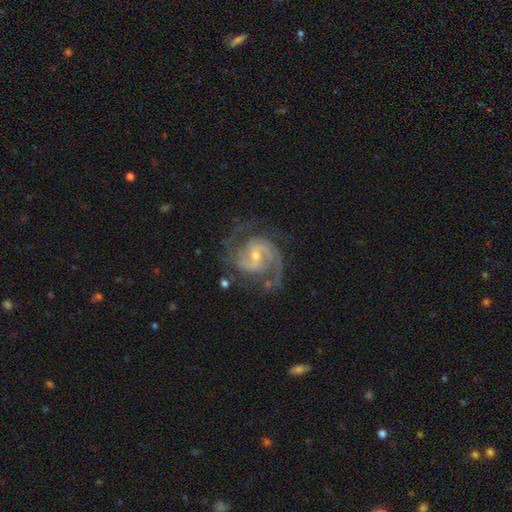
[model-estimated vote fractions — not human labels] Smooth or featured: featured or disk — 92% (star or artifact — 5%)
Edge-on disk: no — 98% (yes — 2%)
Bar: weak — 46% (no — 38%)
Spiral arms: yes — 98% (no — 2%)
Spiral winding: medium — 52% (tight — 37%)
Spiral arm count: 2 — 78% (3 — 10%)
Bulge size: small — 62% (moderate — 34%)
Merging: none — 72% (minor disturbance — 17%)